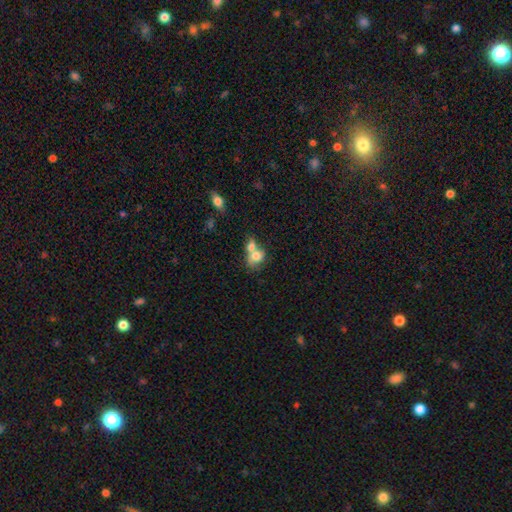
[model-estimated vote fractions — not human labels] smooth_or_featured: smooth (p=0.72) [alt: featured or disk p=0.20]
how_rounded: in between (p=0.51) [alt: round p=0.48]
merging: merger (p=0.68) [alt: none p=0.19]